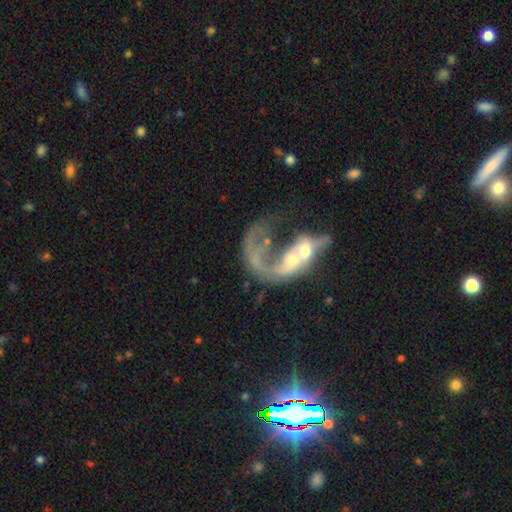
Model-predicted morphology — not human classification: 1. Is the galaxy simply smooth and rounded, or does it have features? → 69% featured or disk, 22% smooth, 9% star or artifact.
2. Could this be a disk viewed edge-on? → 96% no, 4% yes.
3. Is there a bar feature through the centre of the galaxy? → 71% no, 22% weak, 7% strong.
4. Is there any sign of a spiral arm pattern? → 57% yes, 43% no.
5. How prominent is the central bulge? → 46% moderate, 34% small, 10% none, 8% large, 3% dominant.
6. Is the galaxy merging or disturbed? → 60% merger, 26% major disturbance, 9% none, 5% minor disturbance.